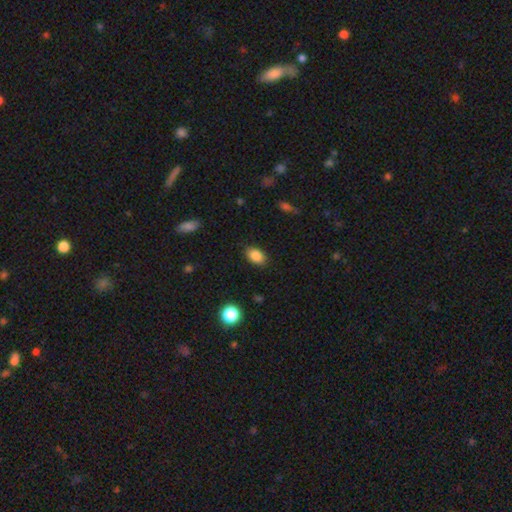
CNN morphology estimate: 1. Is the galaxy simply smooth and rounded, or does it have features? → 86% smooth, 9% star or artifact, 4% featured or disk.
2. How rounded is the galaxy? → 84% in between, 14% round, 1% cigar-shaped.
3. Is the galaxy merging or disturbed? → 85% none, 11% minor disturbance, 3% major disturbance, 1% merger.